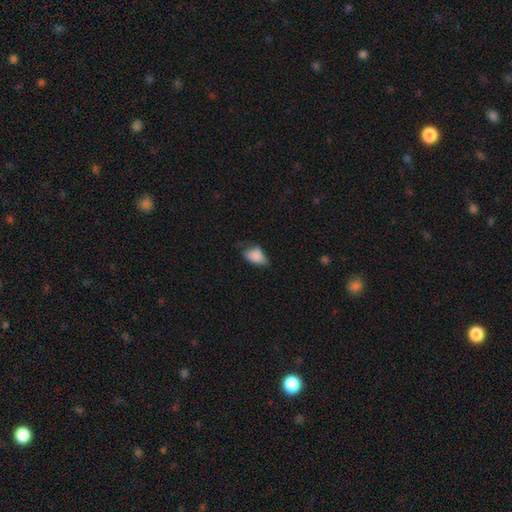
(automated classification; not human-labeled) Q: Smooth or featured?
A: smooth (81%); runner-up: featured or disk (11%)
Q: How rounded?
A: in between (88%); runner-up: round (9%)
Q: Merging?
A: minor disturbance (42%); runner-up: none (39%)